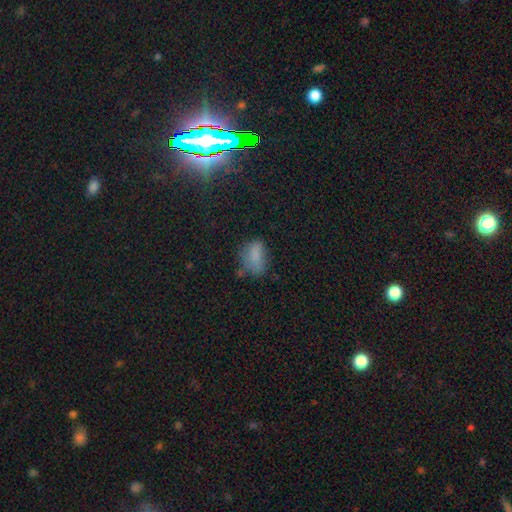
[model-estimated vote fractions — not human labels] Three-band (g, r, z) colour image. It shows a smooth galaxy with no disk features (73%) that is in between round and cigar-shaped (84%). Merging: none (48%).